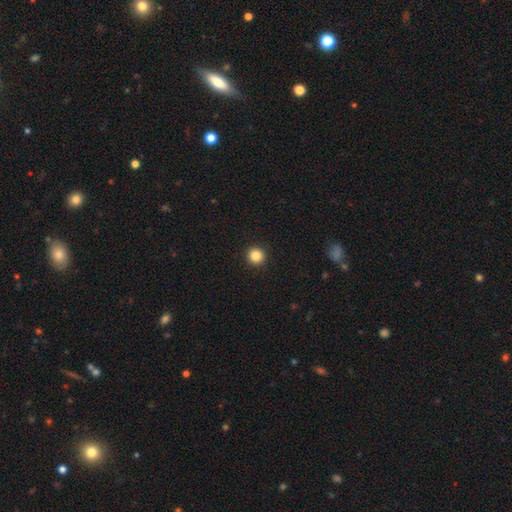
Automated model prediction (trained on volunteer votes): smooth 85%, star or artifact 11%, featured or disk 5%. Down the decision tree: how rounded — round (96%); merging — none (94%).